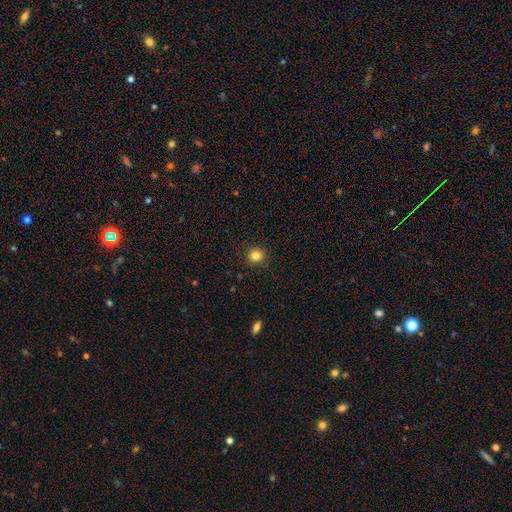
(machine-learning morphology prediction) This is clearly a smooth galaxy (83%). How rounded: clearly round (93%). Merging: clearly none (91%).